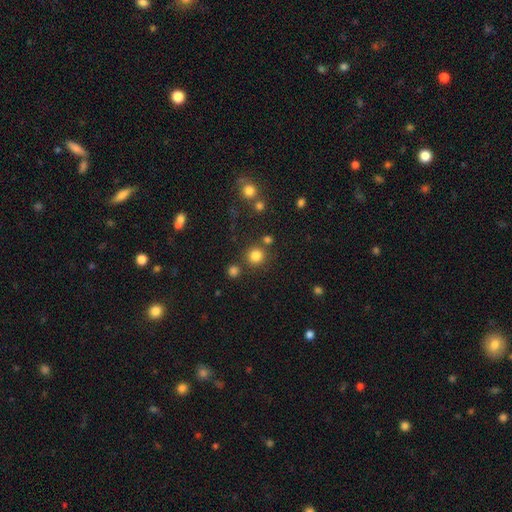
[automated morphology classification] Smooth or featured? Predicted: smooth (p=0.81). How rounded? Predicted: round (p=0.93). Merging? Predicted: none (p=0.80).